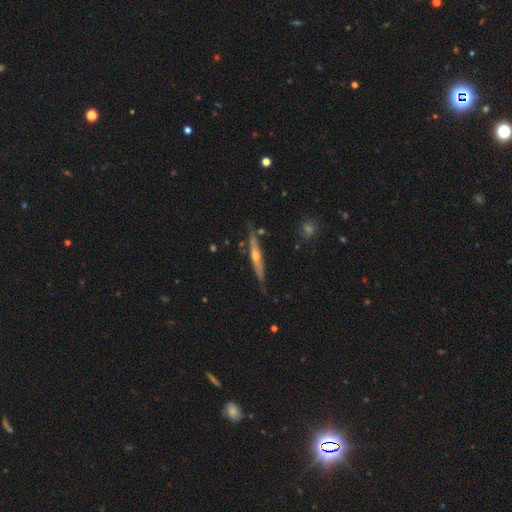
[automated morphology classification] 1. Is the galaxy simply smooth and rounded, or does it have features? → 75% featured or disk, 19% smooth, 6% star or artifact.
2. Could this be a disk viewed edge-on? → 96% yes, 4% no.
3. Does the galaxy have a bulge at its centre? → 83% rounded, 13% none, 4% boxy.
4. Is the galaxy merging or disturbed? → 80% none, 15% minor disturbance, 3% merger, 3% major disturbance.